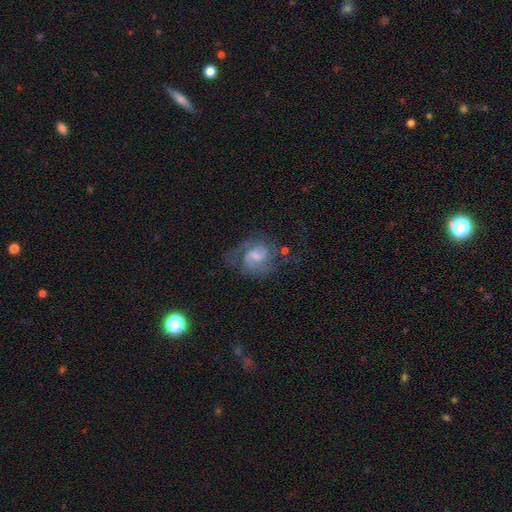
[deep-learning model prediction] Morphology: type=featured or disk (78%); edge-on=no (98%); bar=weak (55%); spiral arms=yes (93%); winding=medium (51%); arm count=2 (69%); bulge=small (48%); merging=none (53%).